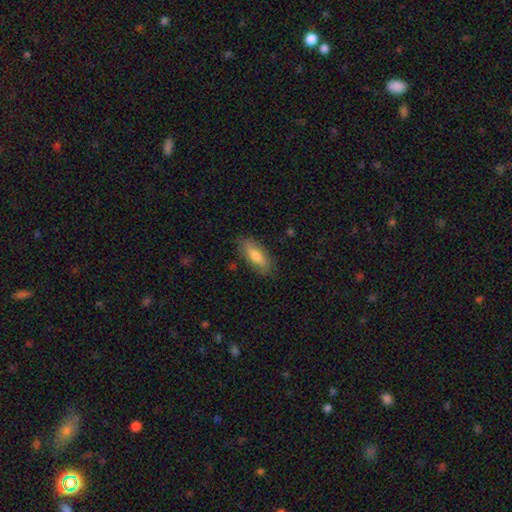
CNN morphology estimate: A smooth galaxy with no disk features (67%) that is in between round and cigar-shaped (73%). Merging: none (81%).